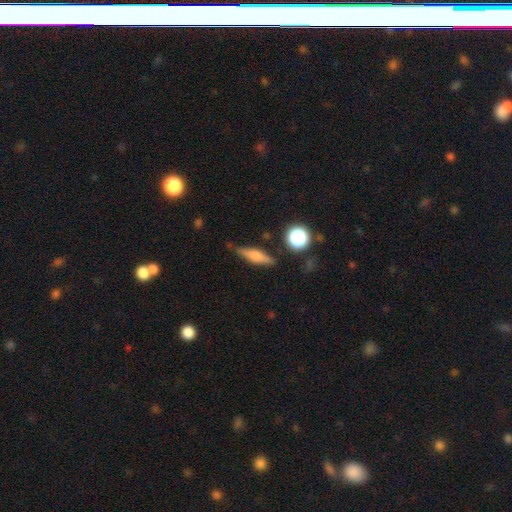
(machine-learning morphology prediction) type=smooth (54%); roundness=cigar-shaped (66%); merging=none (79%).